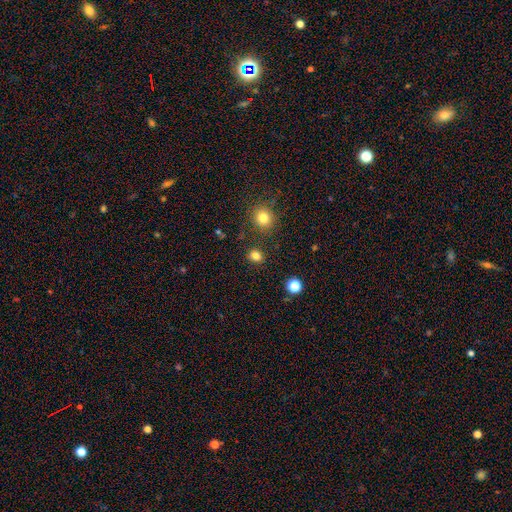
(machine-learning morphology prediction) Smooth or featured?
  - smooth: 82% *
  - star or artifact: 14%
  - featured or disk: 5%
How rounded?
  - round: 66% *
  - in between: 33%
  - cigar-shaped: 1%
Merging?
  - none: 87% *
  - minor disturbance: 7%
  - merger: 3%
  - major disturbance: 3%